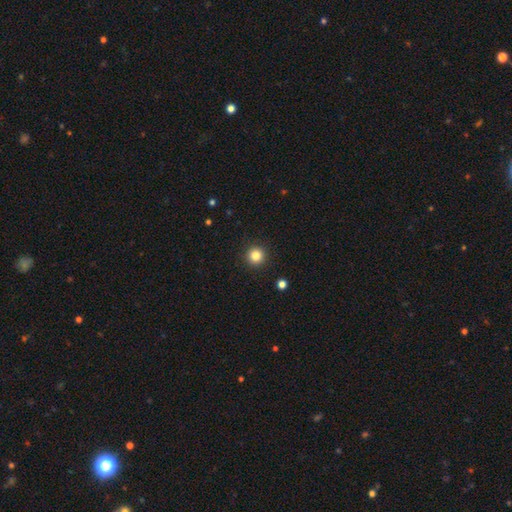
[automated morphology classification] smooth-or-featured: smooth: 83% | star or artifact: 12% | featured or disk: 5%
  how-rounded: round: 96% | in between: 3% | cigar-shaped: 1%
  merging: none: 92% | minor disturbance: 5% | major disturbance: 2% | merger: 1%